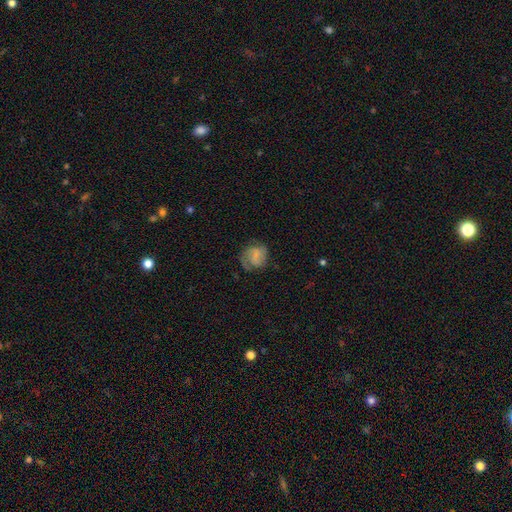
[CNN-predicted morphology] Smooth or featured? smooth (47%)
Merging? none (58%)